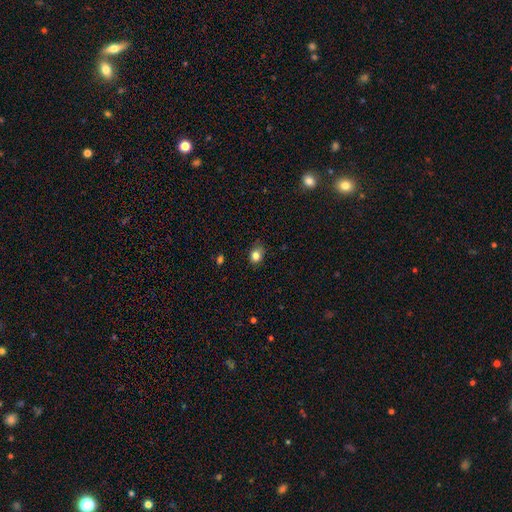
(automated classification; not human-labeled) Smooth or featured? Predicted: smooth (p=0.82). How rounded? Predicted: round (p=0.53). Merging? Predicted: none (p=0.68).